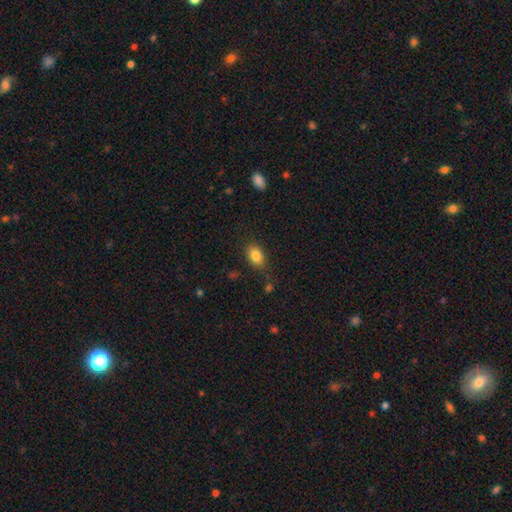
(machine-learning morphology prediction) Q: Smooth or featured?
A: smooth (84%); runner-up: star or artifact (9%)
Q: How rounded?
A: in between (82%); runner-up: round (16%)
Q: Merging?
A: none (81%); runner-up: minor disturbance (14%)